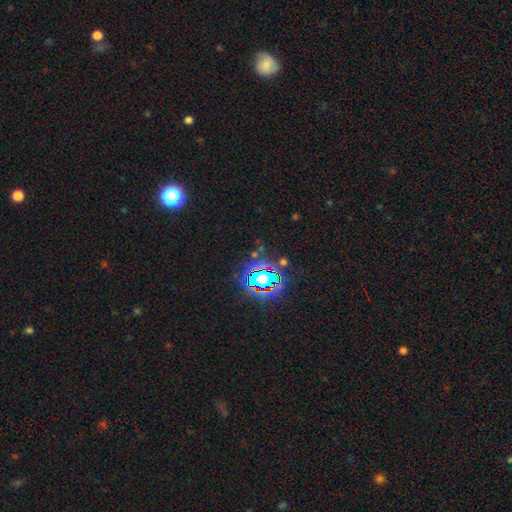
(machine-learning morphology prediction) Smooth or featured? star or artifact (76%)